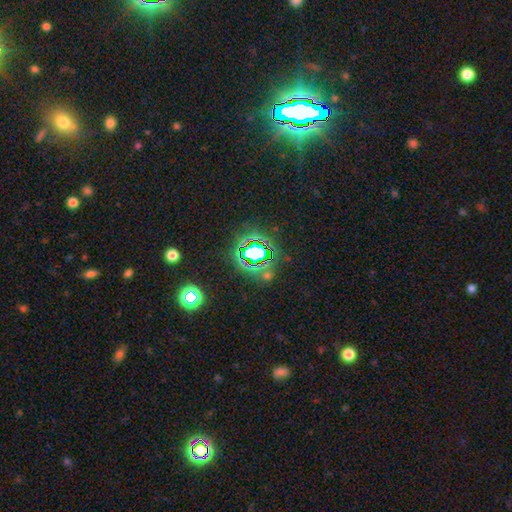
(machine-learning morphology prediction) Smooth or featured? Predicted: star or artifact (p=0.71).